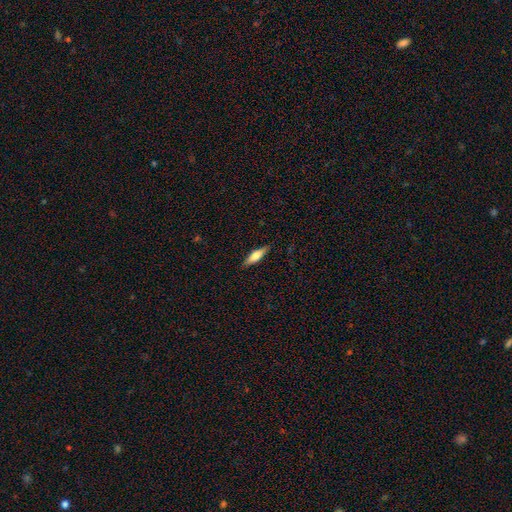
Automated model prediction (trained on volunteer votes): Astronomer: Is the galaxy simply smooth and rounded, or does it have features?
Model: smooth — 57% (runner-up: featured or disk, 37%).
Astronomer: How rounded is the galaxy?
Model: cigar-shaped — 64%.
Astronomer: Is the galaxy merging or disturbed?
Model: none — 86%.